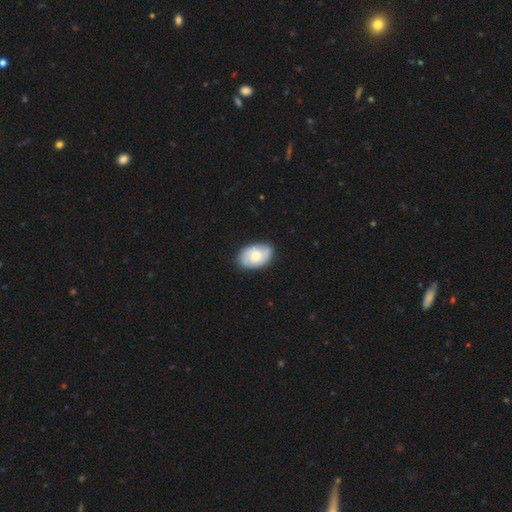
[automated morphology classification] The model was most divided on "smooth or featured": smooth: 47%, featured or disk: 46%, star or artifact: 6%. More confident: merging — none (78%).